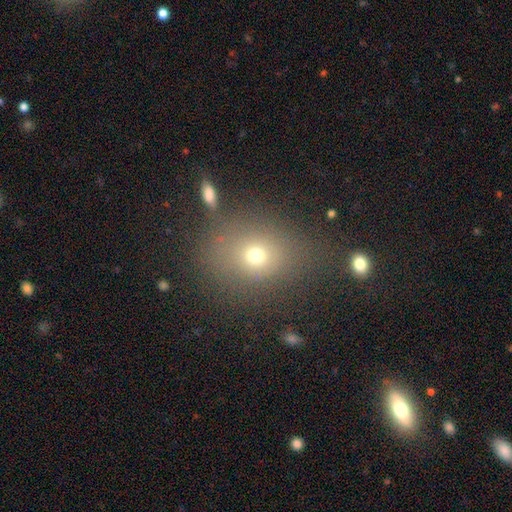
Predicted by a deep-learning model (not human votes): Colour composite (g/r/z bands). It shows a smooth galaxy with no disk features (68%) that is round (55%). Merging: none (72%).